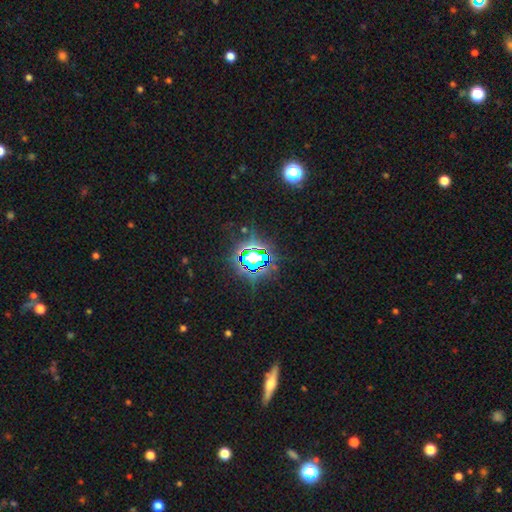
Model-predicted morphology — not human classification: smooth-or-featured: star or artifact: 76% | smooth: 14% | featured or disk: 10%